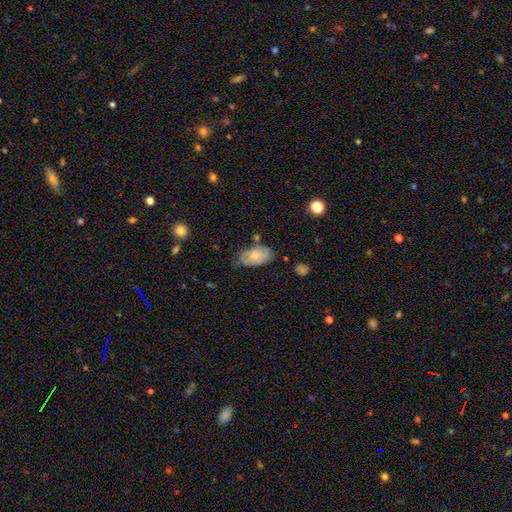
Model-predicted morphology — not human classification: A smooth galaxy with no disk features (54%) that is in between round and cigar-shaped (92%). Merging: none (61%).